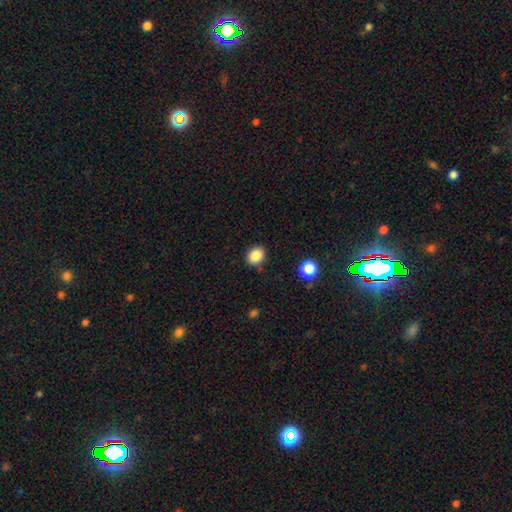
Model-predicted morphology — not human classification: smooth_or_featured: smooth (p=0.86) [alt: star or artifact p=0.10]
how_rounded: round (p=0.54) [alt: in between p=0.46]
merging: none (p=0.87) [alt: minor disturbance p=0.08]